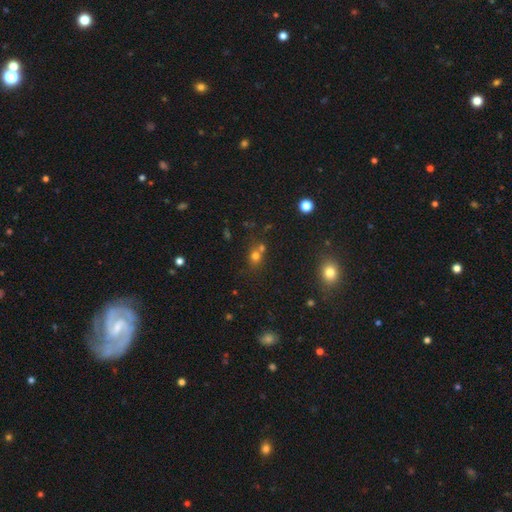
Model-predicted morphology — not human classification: Smooth or featured? smooth (67%)
How rounded? round (75%)
Merging? none (53%)